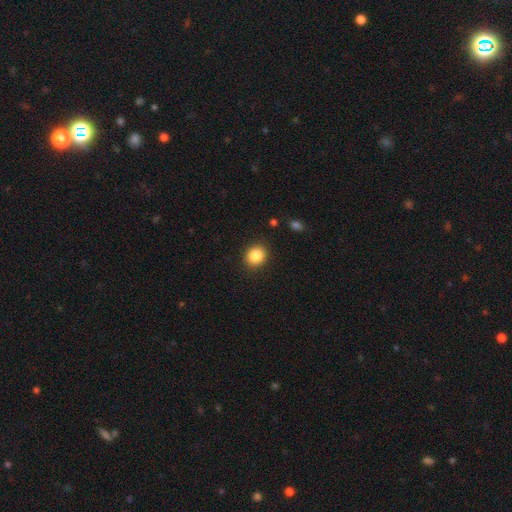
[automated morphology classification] This appears to be a smooth galaxy with no disk features (86%) that is round (73%). Merging: none (90%).